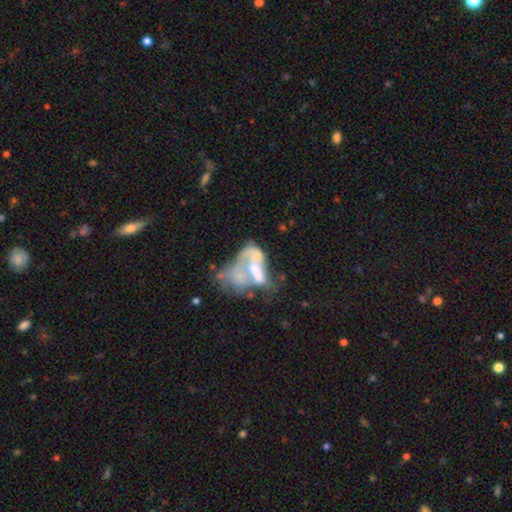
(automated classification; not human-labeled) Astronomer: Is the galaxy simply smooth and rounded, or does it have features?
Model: featured or disk — 55% (runner-up: smooth, 34%).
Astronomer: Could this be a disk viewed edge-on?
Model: no — 96%.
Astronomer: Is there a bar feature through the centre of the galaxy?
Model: no — 76%.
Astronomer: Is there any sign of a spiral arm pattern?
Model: no — 86%.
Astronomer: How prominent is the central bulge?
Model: none — 36% (runner-up: moderate, 31%).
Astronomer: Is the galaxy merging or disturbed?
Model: merger — 54%.